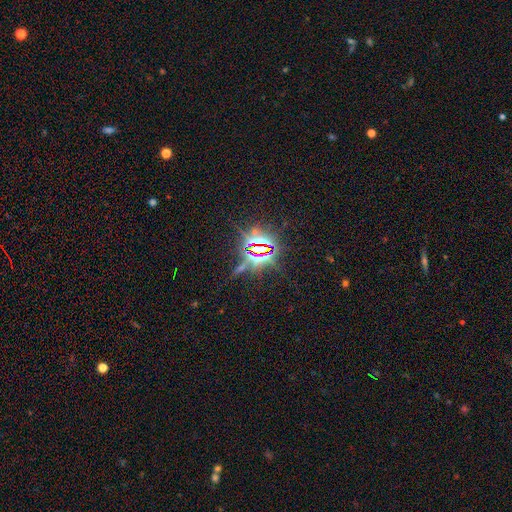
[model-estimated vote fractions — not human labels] Morphology: type=star or artifact (83%).